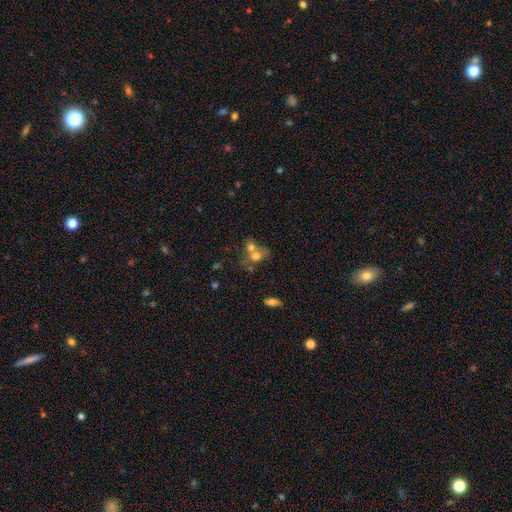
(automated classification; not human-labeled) Smooth or featured? Predicted: smooth (p=0.64). How rounded? Predicted: round (p=0.59). Merging? Predicted: merger (p=0.61).